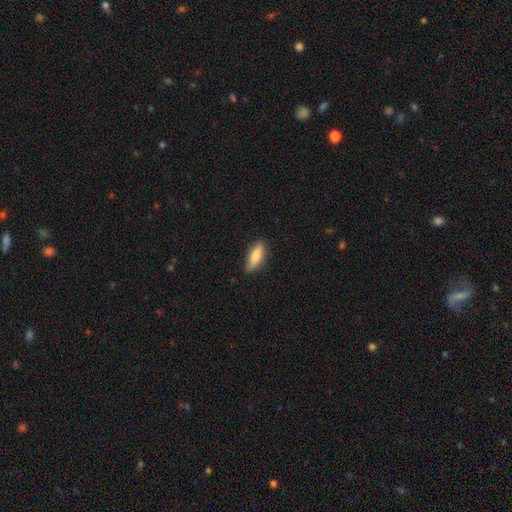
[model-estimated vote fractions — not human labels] Q: Smooth or featured?
A: smooth (77%); runner-up: featured or disk (17%)
Q: How rounded?
A: in between (55%); runner-up: cigar-shaped (42%)
Q: Merging?
A: none (82%); runner-up: minor disturbance (14%)